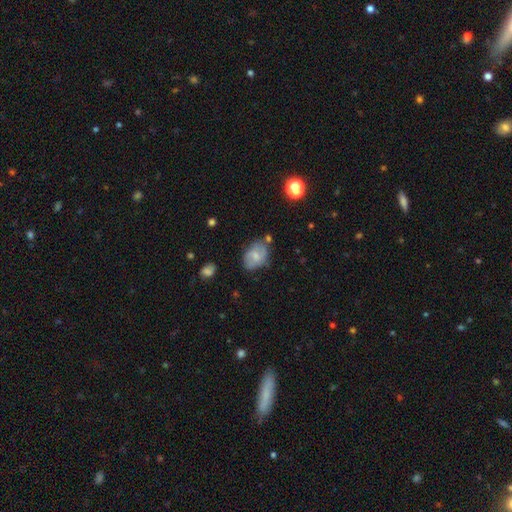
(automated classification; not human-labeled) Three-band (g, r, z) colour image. It shows a smooth galaxy with no disk features (54%) that is in between round and cigar-shaped (80%). Merging: none (58%).